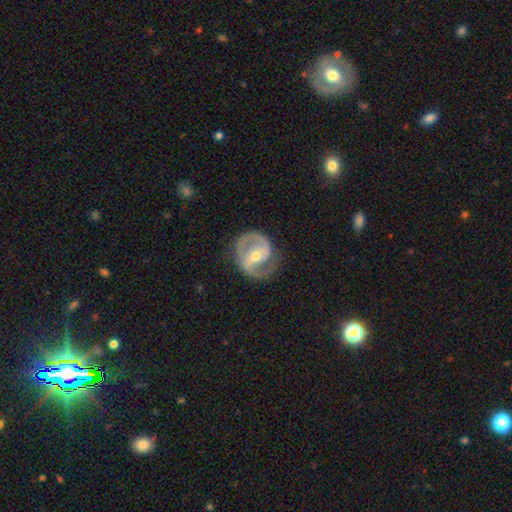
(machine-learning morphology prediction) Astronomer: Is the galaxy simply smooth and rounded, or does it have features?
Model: featured or disk — 88%.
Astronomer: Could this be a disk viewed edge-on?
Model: no — 98%.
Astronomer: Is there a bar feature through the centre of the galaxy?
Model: weak — 40% (runner-up: strong, 32%).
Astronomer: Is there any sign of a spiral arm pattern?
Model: yes — 95%.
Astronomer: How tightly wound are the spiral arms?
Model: medium — 55%.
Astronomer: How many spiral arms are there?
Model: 2 — 90%.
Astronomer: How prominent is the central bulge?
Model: moderate — 54% (runner-up: small, 42%).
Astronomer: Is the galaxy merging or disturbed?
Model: none — 80%.